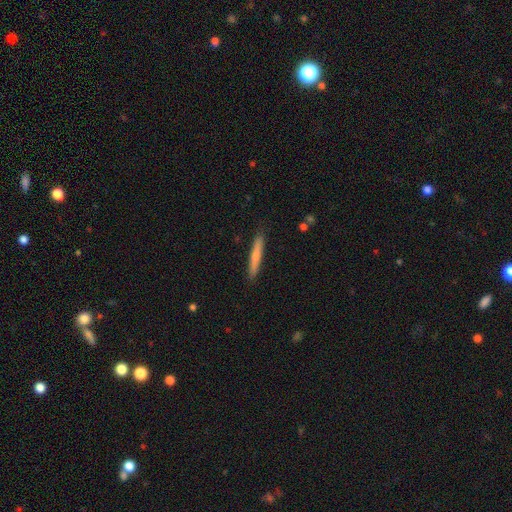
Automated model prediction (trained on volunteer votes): smooth-or-featured: smooth: 67% | featured or disk: 27% | star or artifact: 6%
  how-rounded: cigar-shaped: 95% | in between: 4% | round: 1%
  merging: none: 89% | minor disturbance: 8% | major disturbance: 2% | merger: 1%